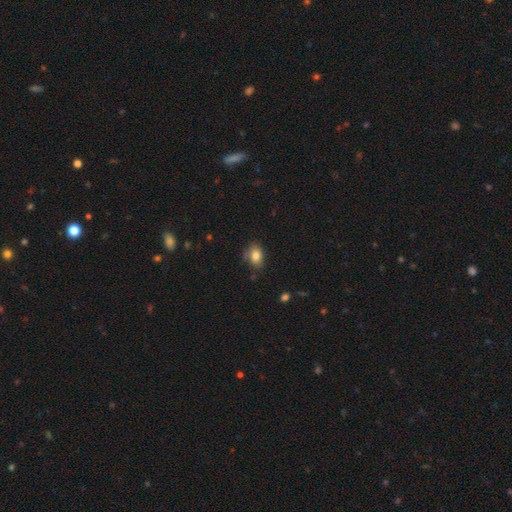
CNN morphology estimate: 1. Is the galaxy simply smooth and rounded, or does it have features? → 82% smooth, 9% star or artifact, 9% featured or disk.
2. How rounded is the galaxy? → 77% in between, 21% round, 1% cigar-shaped.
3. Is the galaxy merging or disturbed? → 69% none, 23% minor disturbance, 5% major disturbance, 3% merger.